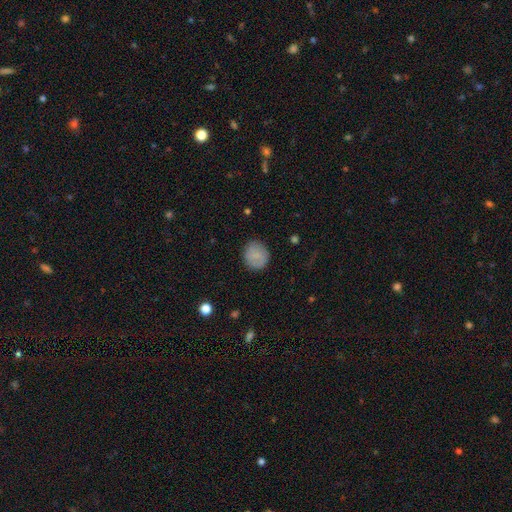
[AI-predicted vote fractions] This appears to be a smooth galaxy with no disk features (82%) that is round (84%). Merging: none (86%).